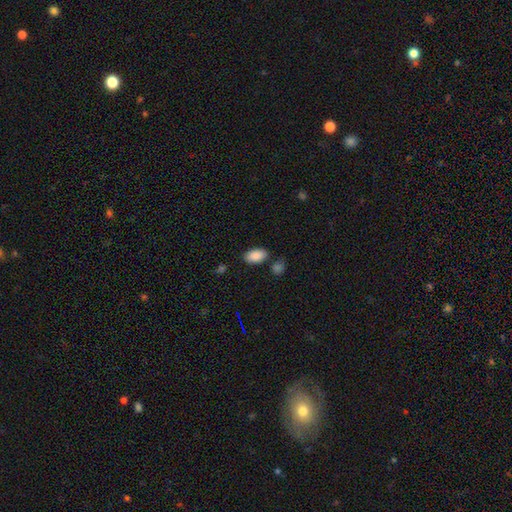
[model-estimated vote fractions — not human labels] Smooth or featured: smooth — 89% (star or artifact — 7%)
How rounded: in between — 94% (round — 4%)
Merging: none — 80% (minor disturbance — 12%)